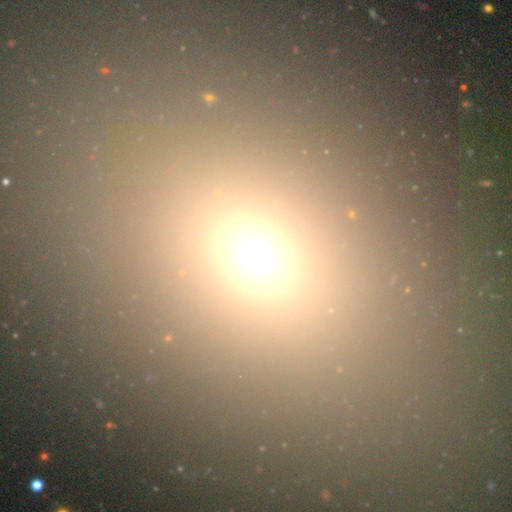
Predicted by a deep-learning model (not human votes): Q: Smooth or featured?
A: smooth (66%); runner-up: star or artifact (23%)
Q: How rounded?
A: round (51%); runner-up: in between (46%)
Q: Merging?
A: none (69%); runner-up: merger (13%)